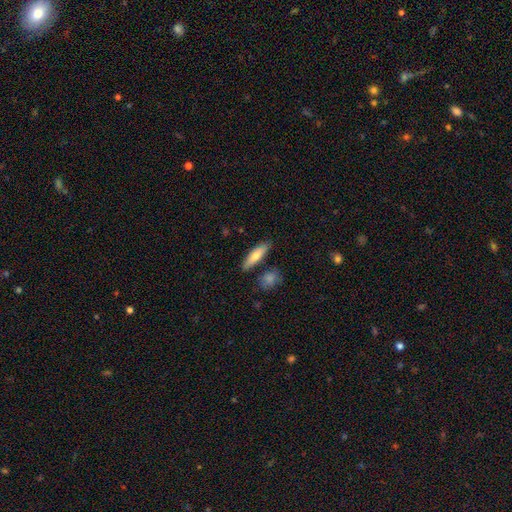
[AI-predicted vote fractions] Smooth or featured?
  - smooth: 73% *
  - featured or disk: 21%
  - star or artifact: 6%
How rounded?
  - cigar-shaped: 58% *
  - in between: 39%
  - round: 2%
Merging?
  - none: 80% *
  - minor disturbance: 11%
  - merger: 6%
  - major disturbance: 2%